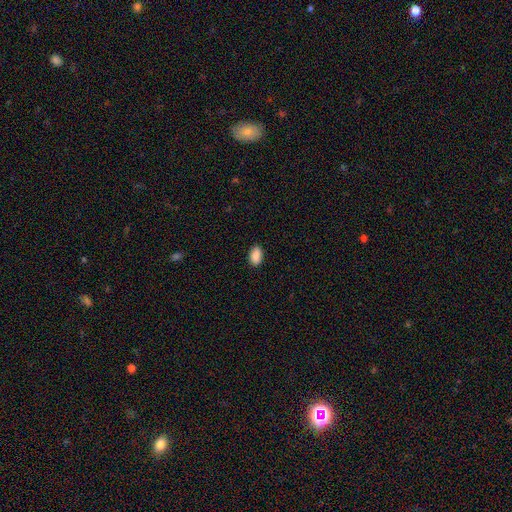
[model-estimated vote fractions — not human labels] smooth_or_featured: smooth (p=0.89) [alt: star or artifact p=0.07]
how_rounded: in between (p=0.92) [alt: round p=0.06]
merging: none (p=0.87) [alt: minor disturbance p=0.10]